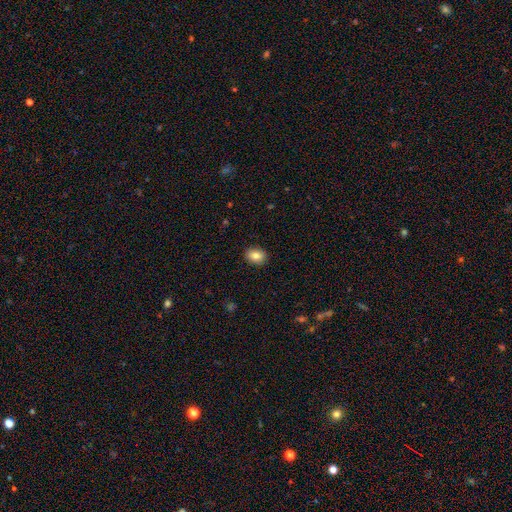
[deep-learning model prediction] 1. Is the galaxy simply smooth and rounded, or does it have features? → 83% smooth, 9% star or artifact, 8% featured or disk.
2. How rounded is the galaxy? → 59% in between, 40% round, 1% cigar-shaped.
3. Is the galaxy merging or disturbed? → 90% none, 8% minor disturbance, 2% major disturbance, 1% merger.